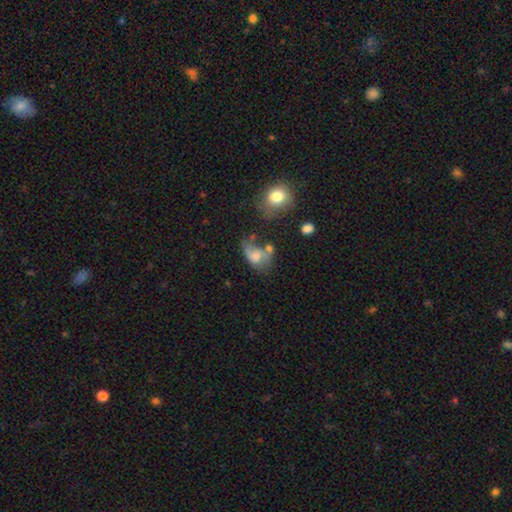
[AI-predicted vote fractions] This is possibly a smooth galaxy (50%). Merging: marginally major disturbance (28%).